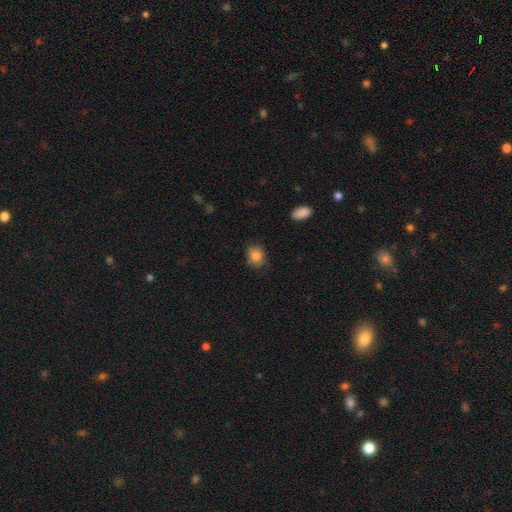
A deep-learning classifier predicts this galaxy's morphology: type=smooth (84%); roundness=round (56%); merging=none (76%).